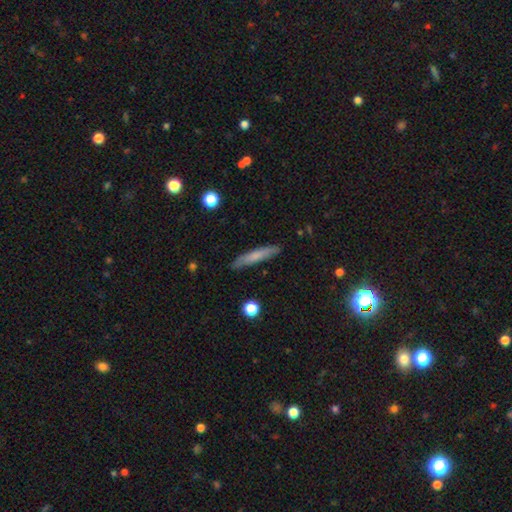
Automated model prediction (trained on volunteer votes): This is likely a smooth galaxy (66%). How rounded: clearly cigar-shaped (93%). Merging: clearly none (87%).